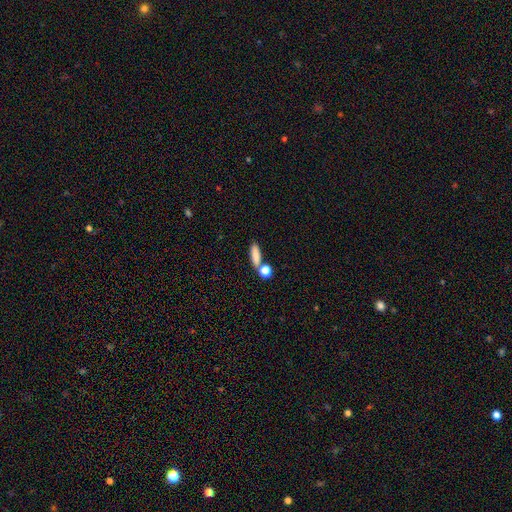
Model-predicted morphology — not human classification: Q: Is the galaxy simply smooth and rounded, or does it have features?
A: smooth — 82%.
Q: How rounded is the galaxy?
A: in between — 47%.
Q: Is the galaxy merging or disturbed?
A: none — 65%.